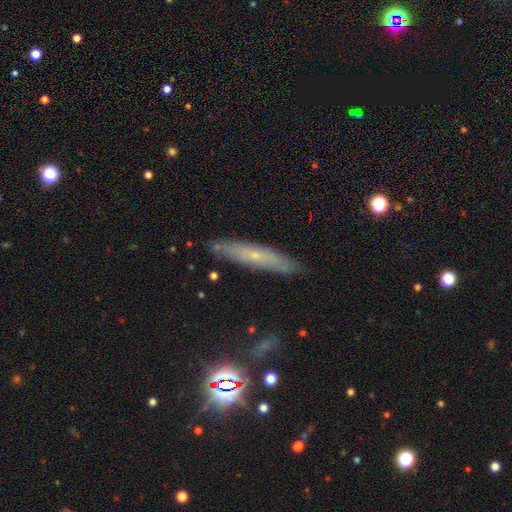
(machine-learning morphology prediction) Q: Smooth or featured?
A: smooth (45%); tied with: featured or disk (45%)
Q: Merging?
A: none (87%); runner-up: minor disturbance (10%)